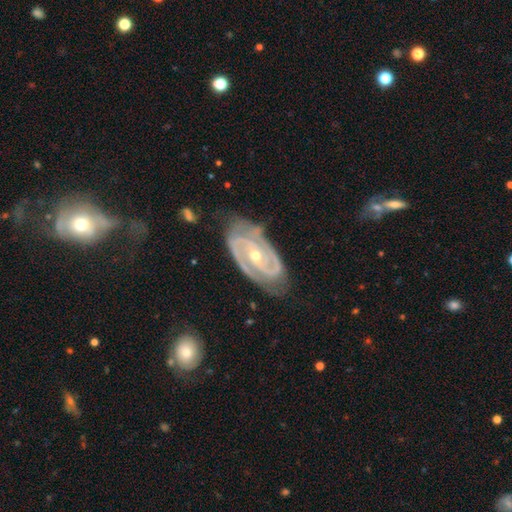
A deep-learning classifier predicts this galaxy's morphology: Q: Smooth or featured?
A: featured or disk (92%); runner-up: star or artifact (4%)
Q: Edge-on disk?
A: no (96%); runner-up: yes (4%)
Q: Bar?
A: no (54%); runner-up: weak (29%)
Q: Spiral arms?
A: yes (98%); runner-up: no (2%)
Q: Spiral winding?
A: tight (62%); runner-up: medium (33%)
Q: Spiral arm count?
A: 2 (70%); runner-up: 3 (15%)
Q: Bulge size?
A: small (55%); runner-up: moderate (42%)
Q: Merging?
A: none (71%); runner-up: minor disturbance (21%)